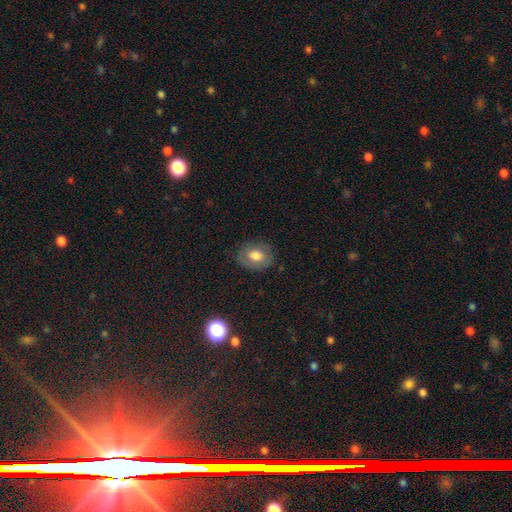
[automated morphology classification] Smooth or featured?
  - smooth: 69% *
  - featured or disk: 22%
  - star or artifact: 9%
How rounded?
  - in between: 51% *
  - round: 48%
  - cigar-shaped: 1%
Merging?
  - none: 79% *
  - minor disturbance: 15%
  - major disturbance: 5%
  - merger: 1%